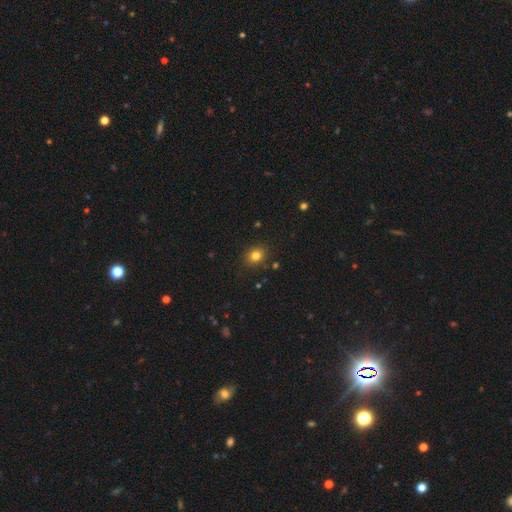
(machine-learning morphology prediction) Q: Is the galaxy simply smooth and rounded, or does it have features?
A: smooth — 81%.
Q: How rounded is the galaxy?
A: round — 66%.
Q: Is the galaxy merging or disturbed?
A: none — 88%.